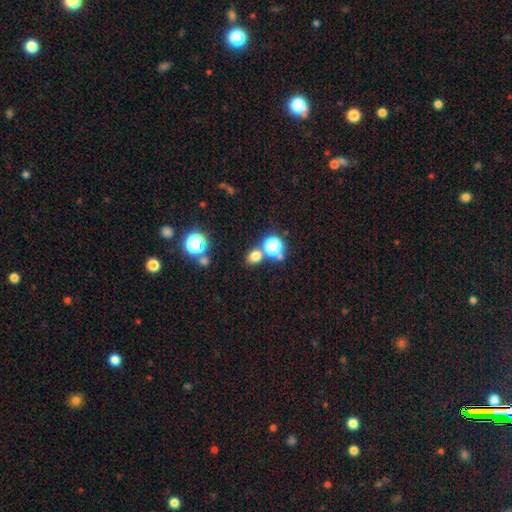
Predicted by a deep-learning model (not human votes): Overall: smooth (70%). How rounded: round (56%; in between 43%). Merging: none (68%).